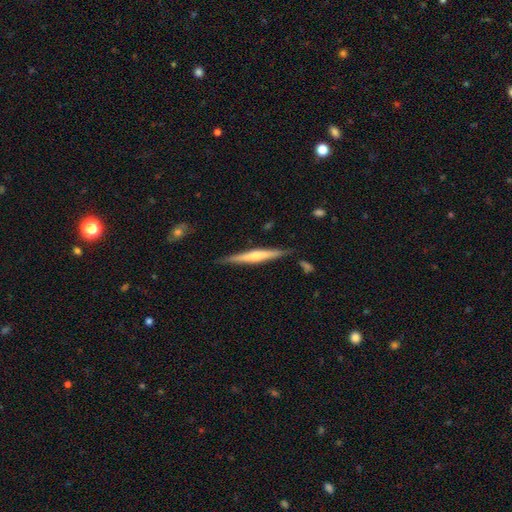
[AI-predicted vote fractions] Smooth or featured? Predicted: featured or disk (p=0.60). Edge-on disk? Predicted: yes (p=0.97). Edge-on bulge? Predicted: rounded (p=0.68). Merging? Predicted: none (p=0.84).